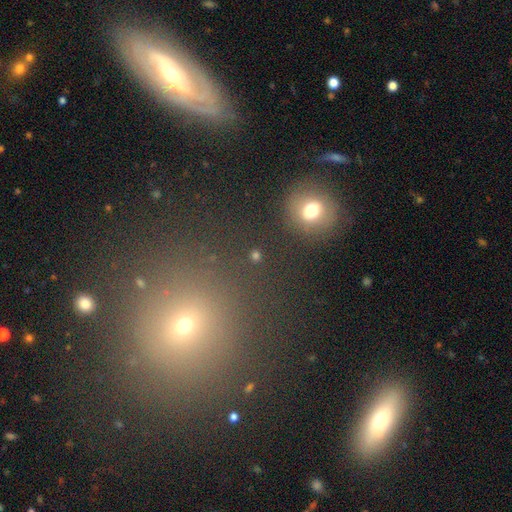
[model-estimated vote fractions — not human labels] Smooth or featured: smooth — 59% (star or artifact — 30%)
How rounded: round — 86% (in between — 13%)
Merging: none — 84% (minor disturbance — 7%)